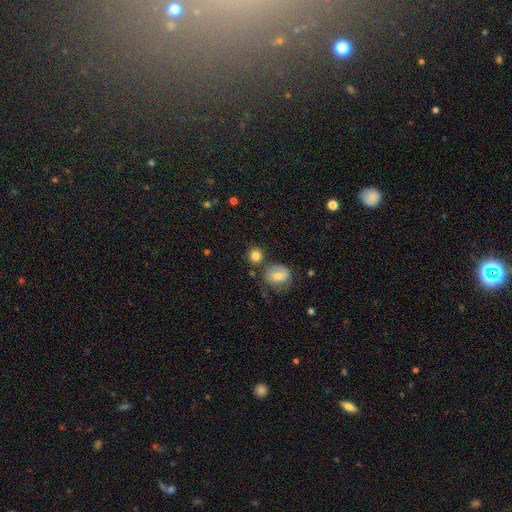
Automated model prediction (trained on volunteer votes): Q: Smooth or featured?
A: smooth (82%); runner-up: star or artifact (10%)
Q: How rounded?
A: round (85%); runner-up: in between (14%)
Q: Merging?
A: none (73%); runner-up: merger (13%)